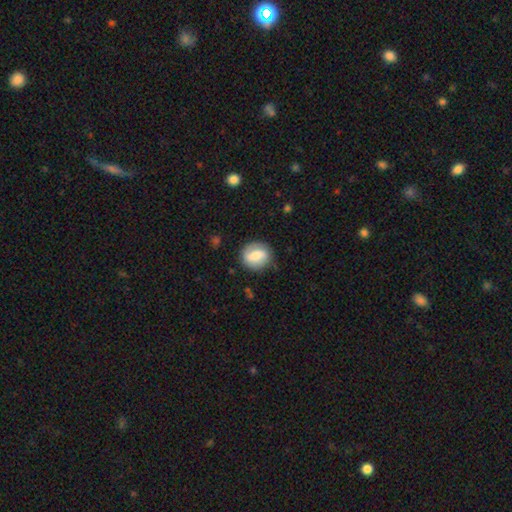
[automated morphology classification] Smooth or featured? Predicted: smooth (p=0.56). How rounded? Predicted: round (p=0.70). Merging? Predicted: none (p=0.76).